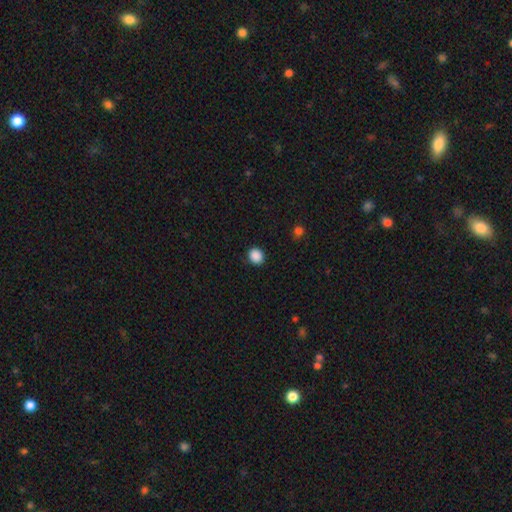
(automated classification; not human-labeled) A smooth galaxy with no disk features (88%) that is round (79%).

Vote fractions:
- Smooth or featured? smooth: 88% / star or artifact: 10% / featured or disk: 2%
- How rounded? round: 79% / in between: 20% / cigar-shaped: 1%
- Merging? none: 89% / minor disturbance: 7% / major disturbance: 2% / merger: 1%